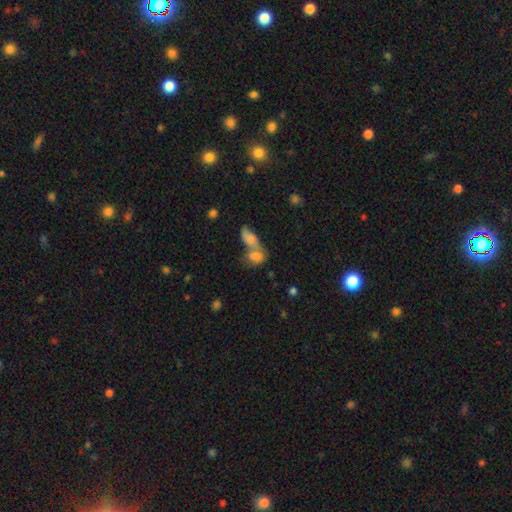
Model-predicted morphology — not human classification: smooth_or_featured: smooth (p=0.69) [alt: featured or disk p=0.19]
how_rounded: in between (p=0.83) [alt: round p=0.11]
merging: merger (p=0.68) [alt: none p=0.19]